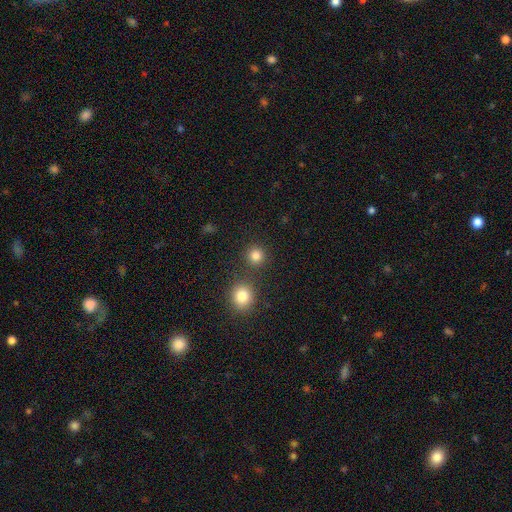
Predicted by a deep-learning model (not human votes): A smooth galaxy with no disk features (82%) that is round (93%).

Vote fractions:
- Smooth or featured? smooth: 82% / star or artifact: 14% / featured or disk: 4%
- How rounded? round: 93% / in between: 6% / cigar-shaped: 1%
- Merging? none: 82% / merger: 10% / minor disturbance: 6% / major disturbance: 3%